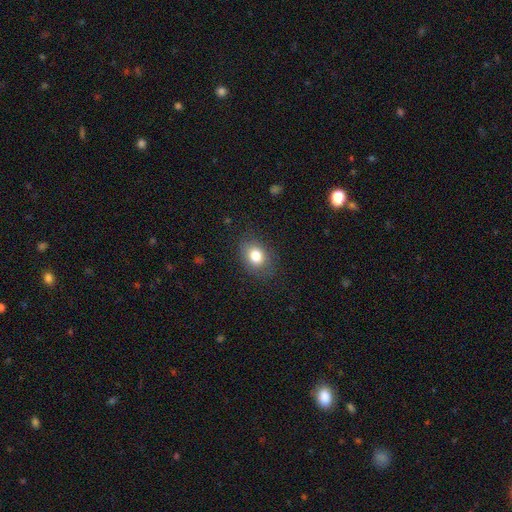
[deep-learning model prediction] smooth-or-featured: smooth: 79% | featured or disk: 11% | star or artifact: 10%
  how-rounded: in between: 61% | round: 38% | cigar-shaped: 1%
  merging: none: 79% | minor disturbance: 15% | major disturbance: 5% | merger: 1%